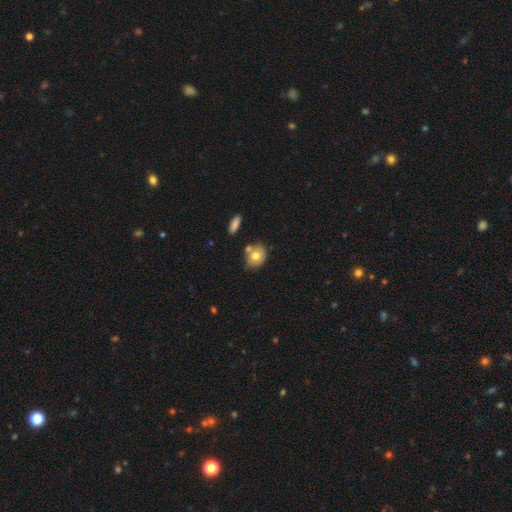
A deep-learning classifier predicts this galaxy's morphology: A smooth galaxy with no disk features (70%) that is round (51%). Merging: none (59%).